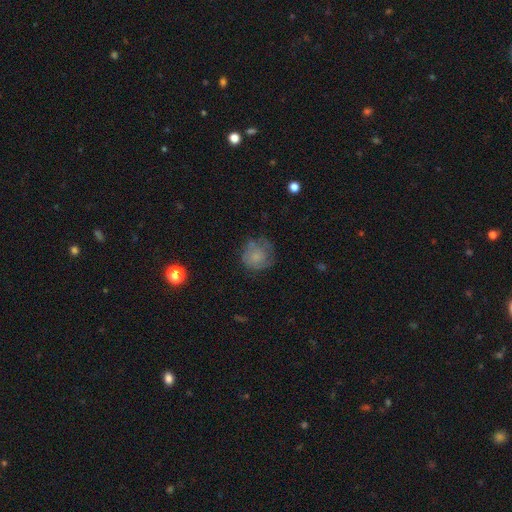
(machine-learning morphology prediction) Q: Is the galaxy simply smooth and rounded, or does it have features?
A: smooth — 61%.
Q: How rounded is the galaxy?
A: round — 87%.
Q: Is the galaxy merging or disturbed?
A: none — 58%.